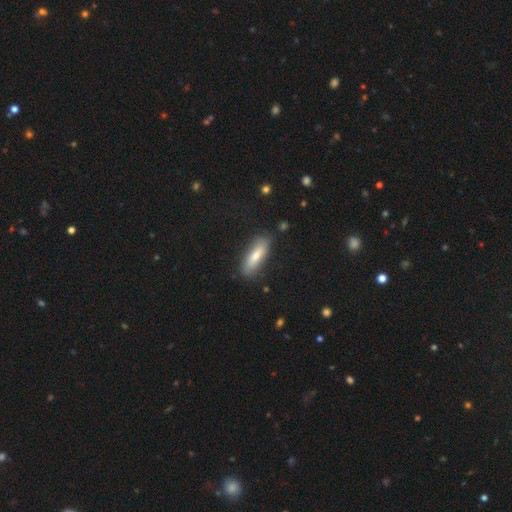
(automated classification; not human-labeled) This is likely a smooth galaxy (68%). How rounded: possibly in between (50%). Merging: clearly none (82%).